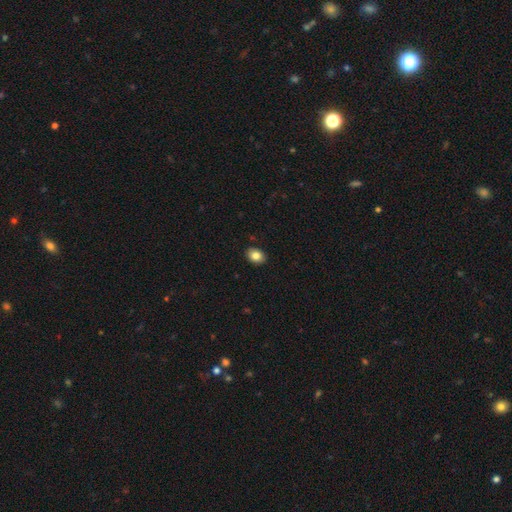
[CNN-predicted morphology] A smooth galaxy with no disk features (85%) that is in between round and cigar-shaped (65%). Merging: none (89%).